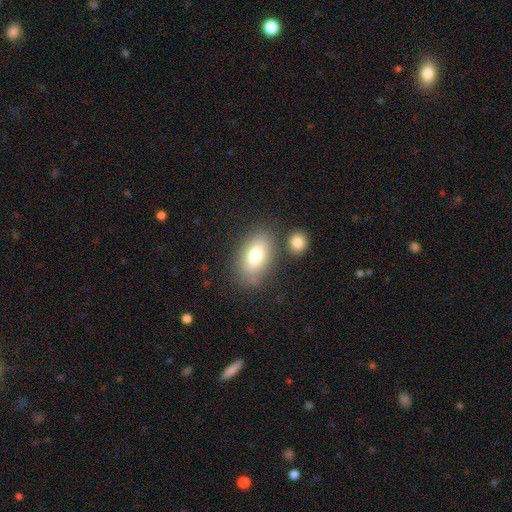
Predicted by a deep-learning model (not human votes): Smooth or featured?
  - smooth: 75% *
  - featured or disk: 17%
  - star or artifact: 9%
How rounded?
  - in between: 87% *
  - round: 10%
  - cigar-shaped: 3%
Merging?
  - none: 72% *
  - minor disturbance: 13%
  - merger: 10%
  - major disturbance: 5%